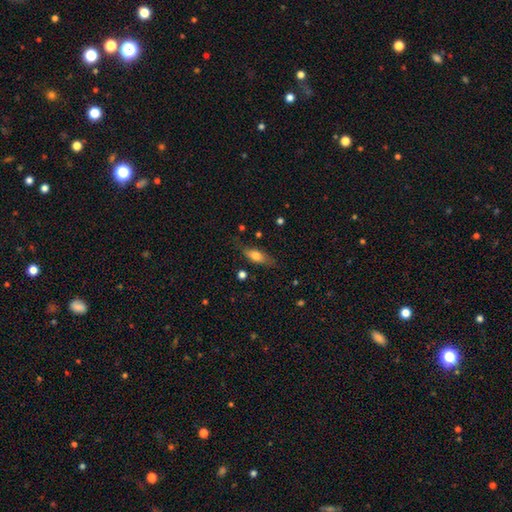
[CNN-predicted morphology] This is likely a smooth galaxy (68%). How rounded: likely in between (65%). Merging: likely none (72%).